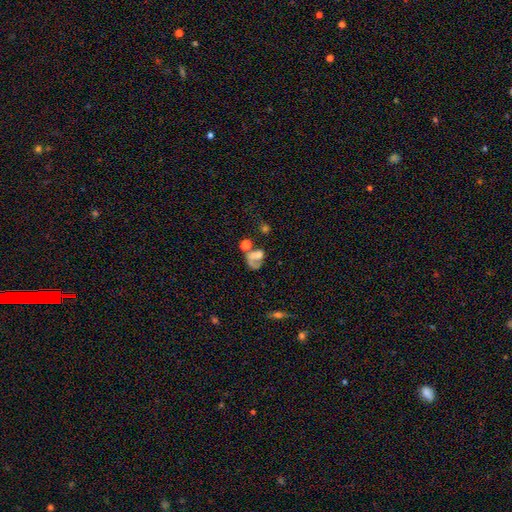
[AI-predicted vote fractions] Smooth or featured: smooth — 49% (featured or disk — 36%)
Merging: merger — 29% (none — 28%)